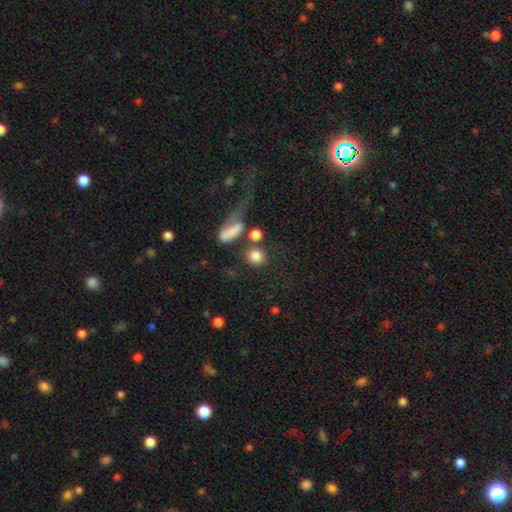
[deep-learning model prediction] smooth-or-featured: smooth: 83% | star or artifact: 10% | featured or disk: 7%
  how-rounded: round: 82% | in between: 15% | cigar-shaped: 3%
  merging: none: 54% | merger: 24% | major disturbance: 11% | minor disturbance: 11%